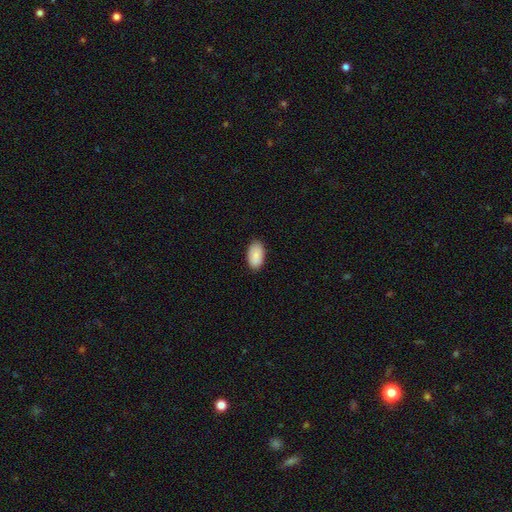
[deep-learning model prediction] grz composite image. It shows a smooth galaxy with no disk features (89%) that is in between round and cigar-shaped (95%). Merging: none (86%).